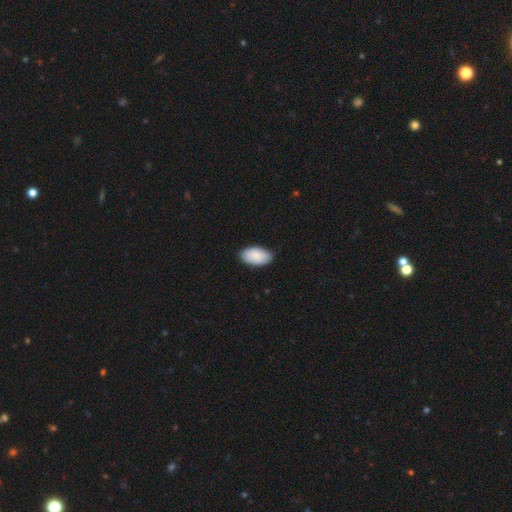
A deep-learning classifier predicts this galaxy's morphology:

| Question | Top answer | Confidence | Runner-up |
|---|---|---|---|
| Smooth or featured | smooth | 87% | featured or disk (7%) |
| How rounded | in between | 96% | round (3%) |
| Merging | none | 86% | minor disturbance (12%) |